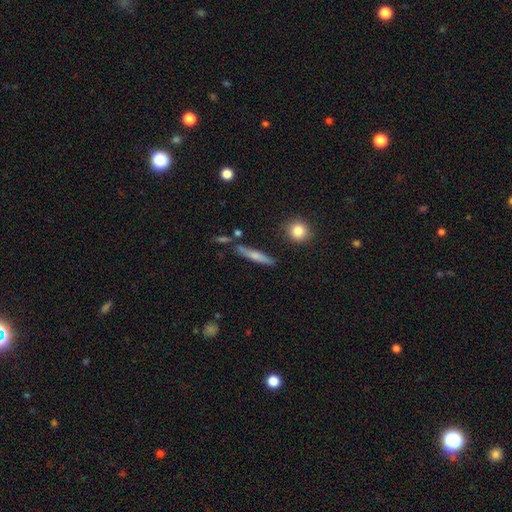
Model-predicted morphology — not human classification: Overall: smooth (53%; featured or disk 39%). How rounded: cigar-shaped (87%). Merging: none (80%).